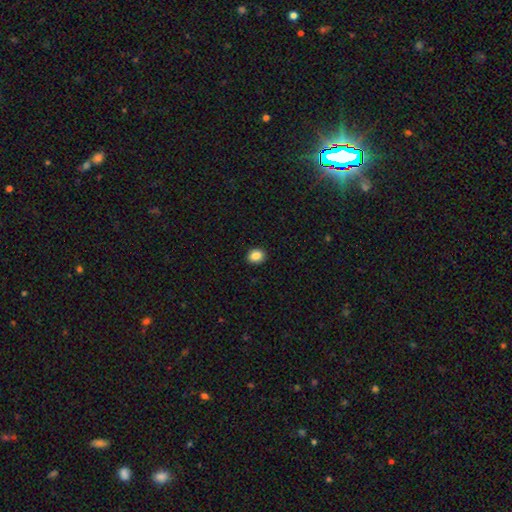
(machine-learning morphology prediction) A smooth galaxy with no disk features (88%) that is in between round and cigar-shaped (50%).

Vote fractions:
- Smooth or featured? smooth: 88% / star or artifact: 9% / featured or disk: 3%
- How rounded? in between: 50% / round: 49% / cigar-shaped: 1%
- Merging? none: 91% / minor disturbance: 7% / major disturbance: 2% / merger: 1%